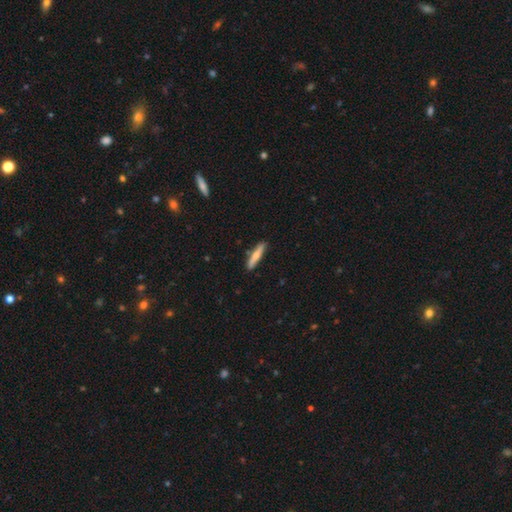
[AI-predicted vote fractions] Smooth or featured: smooth — 57% (featured or disk — 37%)
How rounded: cigar-shaped — 88% (in between — 10%)
Merging: none — 86% (minor disturbance — 10%)